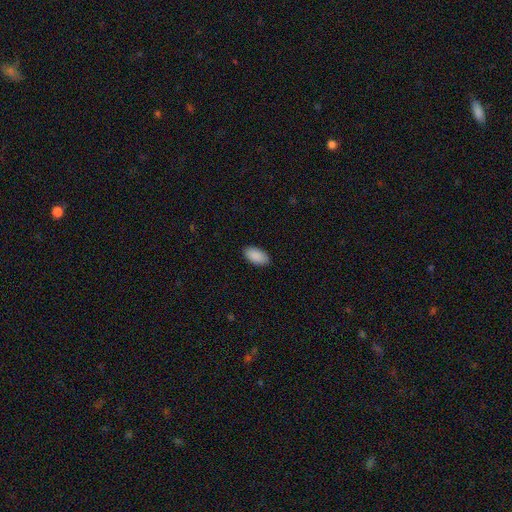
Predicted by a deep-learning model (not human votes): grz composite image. It shows a smooth galaxy with no disk features (91%) that is in between round and cigar-shaped (95%). Merging: none (89%).